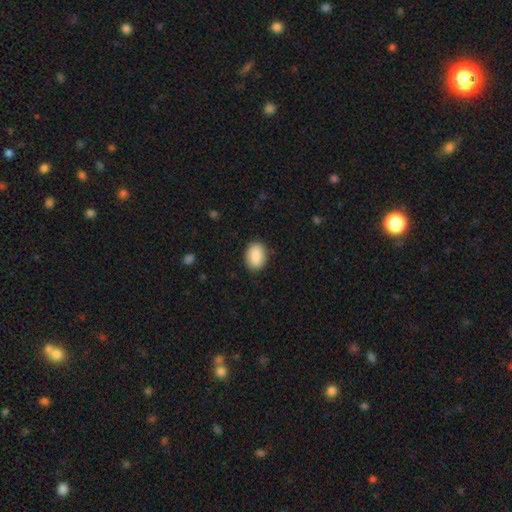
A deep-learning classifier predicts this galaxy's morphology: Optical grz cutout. It shows a smooth galaxy with no disk features (88%) that is in between round and cigar-shaped (83%). Merging: none (85%).